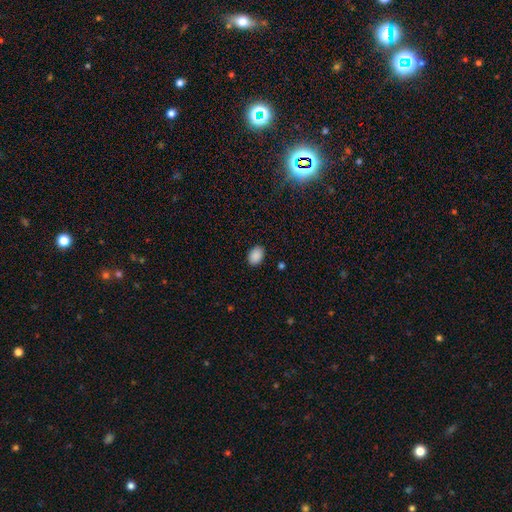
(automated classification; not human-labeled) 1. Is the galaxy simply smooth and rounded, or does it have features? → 89% smooth, 8% star or artifact, 3% featured or disk.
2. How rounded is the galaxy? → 82% in between, 17% round, 1% cigar-shaped.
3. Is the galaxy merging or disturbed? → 88% none, 9% minor disturbance, 2% major disturbance, 1% merger.